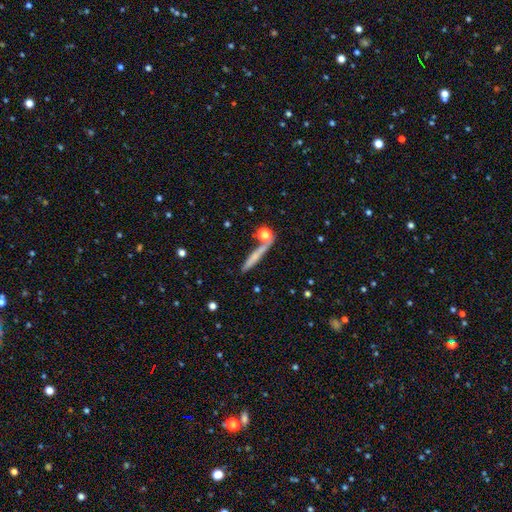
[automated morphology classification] Smooth or featured: smooth — 57% (featured or disk — 32%)
How rounded: cigar-shaped — 86% (in between — 7%)
Merging: none — 74% (minor disturbance — 12%)